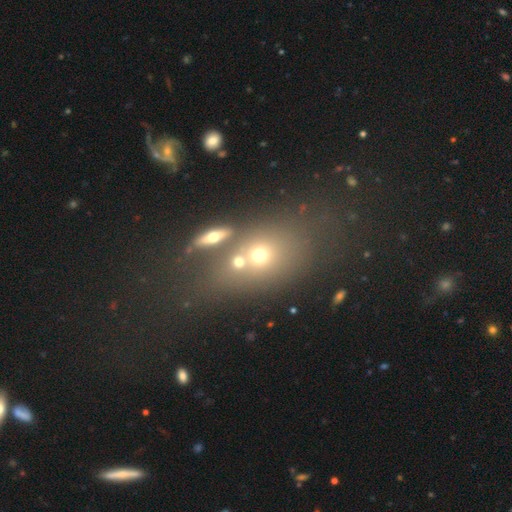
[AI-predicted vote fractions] Smooth or featured?
  - smooth: 51% *
  - star or artifact: 25%
  - featured or disk: 24%
How rounded?
  - in between: 55% *
  - round: 37%
  - cigar-shaped: 8%
Merging?
  - none: 43% *
  - merger: 38%
  - minor disturbance: 11%
  - major disturbance: 8%